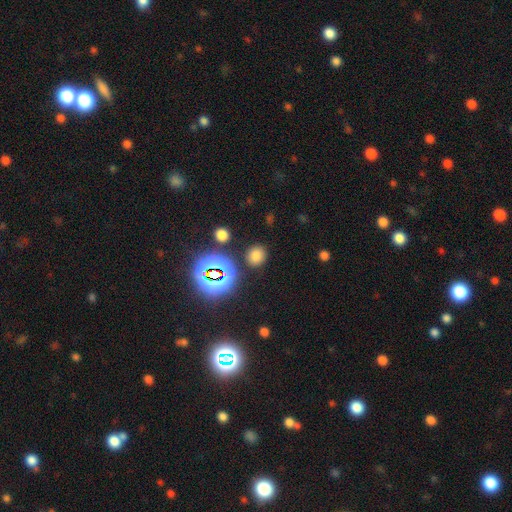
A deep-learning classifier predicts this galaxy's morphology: A smooth galaxy with no disk features (72%) that is round (77%).

Vote fractions:
- Smooth or featured? smooth: 72% / star or artifact: 22% / featured or disk: 6%
- How rounded? round: 77% / in between: 22% / cigar-shaped: 1%
- Merging? none: 84% / minor disturbance: 9% / merger: 4% / major disturbance: 3%